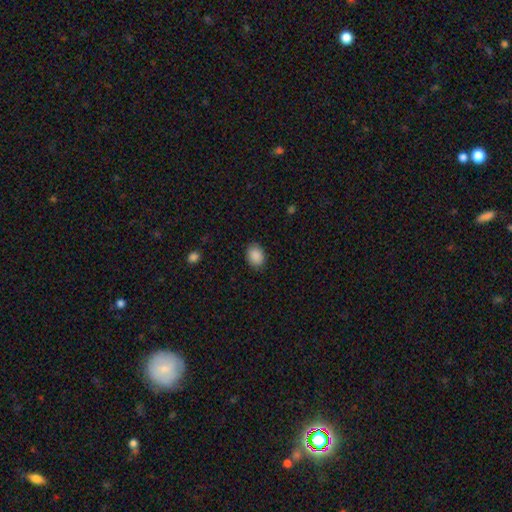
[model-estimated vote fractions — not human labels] Q: Smooth or featured?
A: smooth (89%); runner-up: star or artifact (8%)
Q: How rounded?
A: in between (64%); runner-up: round (35%)
Q: Merging?
A: none (88%); runner-up: minor disturbance (9%)